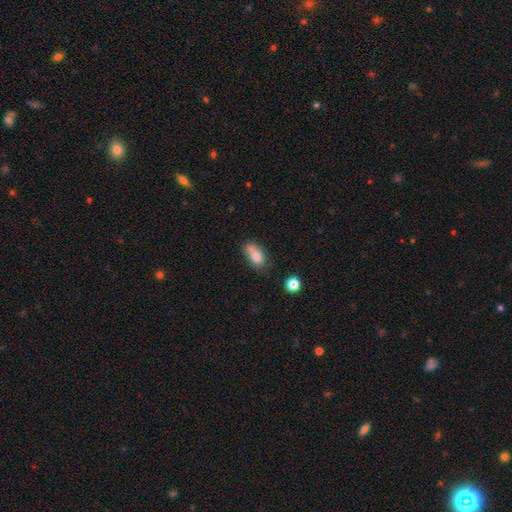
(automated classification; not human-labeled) Q: Smooth or featured?
A: smooth (77%); runner-up: featured or disk (14%)
Q: How rounded?
A: in between (83%); runner-up: round (8%)
Q: Merging?
A: none (45%); runner-up: minor disturbance (26%)